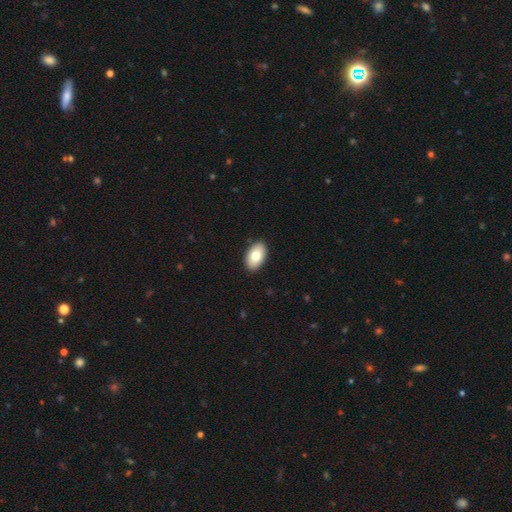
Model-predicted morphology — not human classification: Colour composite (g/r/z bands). It shows a smooth galaxy with no disk features (79%) that is in between round and cigar-shaped (93%). Merging: none (90%).